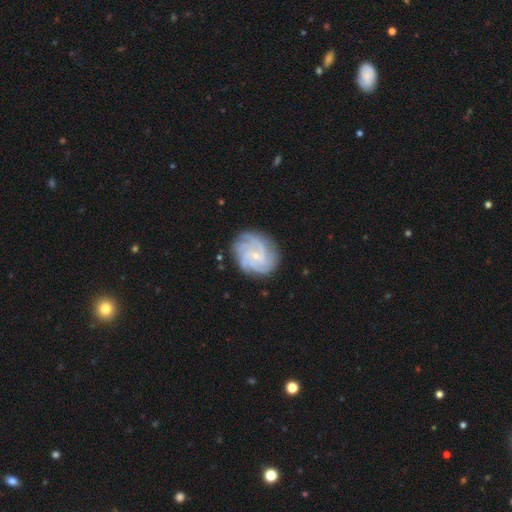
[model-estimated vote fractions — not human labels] Overall: featured or disk (82%). Edge-on disk: no (98%). Bar: no (68%). Spiral arms: yes (97%). Spiral arm count: 4 (34%; can't tell 22%). Spiral winding: tight (67%). Bulge size: small (77%). Merging: none (79%).